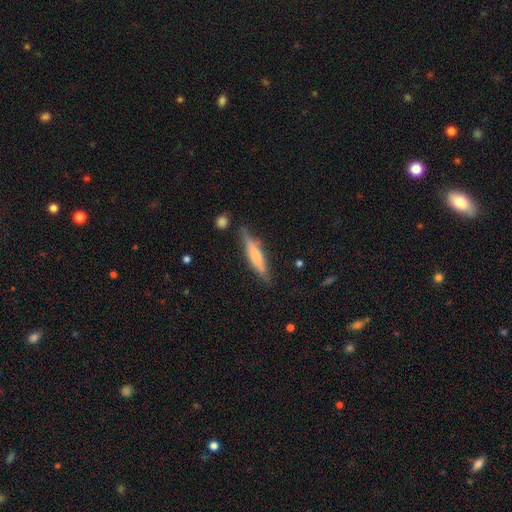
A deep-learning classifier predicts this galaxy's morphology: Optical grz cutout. It shows a smooth galaxy with no disk features (49%). Merging: none (75%).